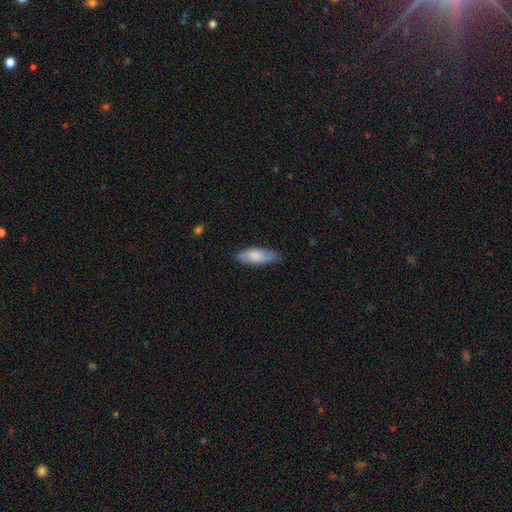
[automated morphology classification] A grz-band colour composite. It shows a smooth galaxy with no disk features (76%) that is in between round and cigar-shaped (70%). Merging: none (78%).